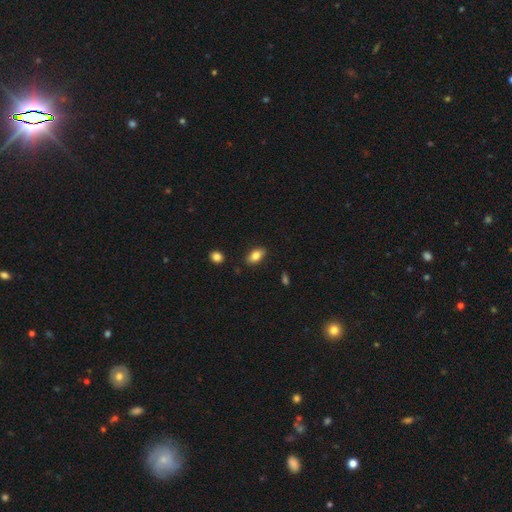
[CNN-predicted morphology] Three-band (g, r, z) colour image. It shows a smooth galaxy with no disk features (81%) that is in between round and cigar-shaped (90%). Merging: none (85%).